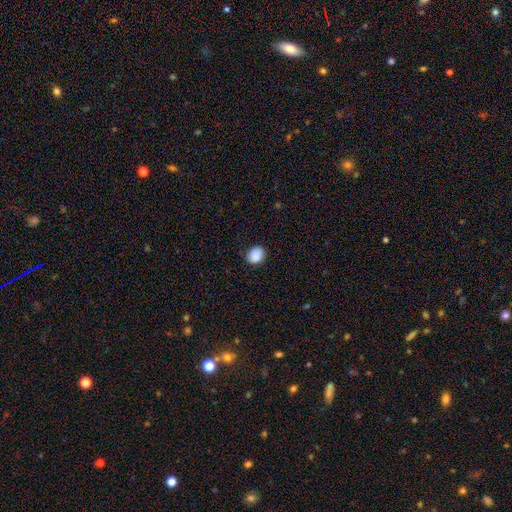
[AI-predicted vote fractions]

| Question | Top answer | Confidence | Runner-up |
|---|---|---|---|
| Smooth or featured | smooth | 89% | star or artifact (8%) |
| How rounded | round | 64% | in between (35%) |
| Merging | none | 81% | minor disturbance (15%) |